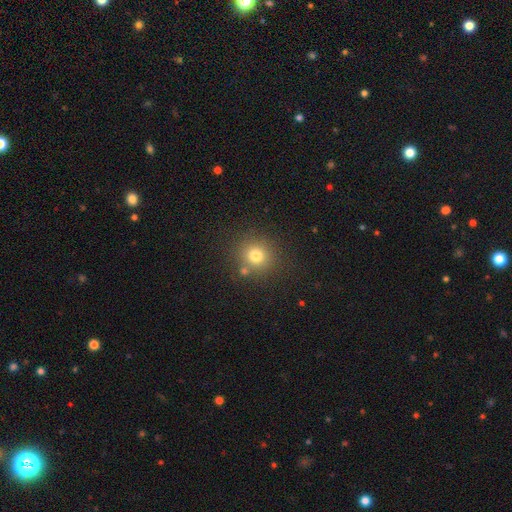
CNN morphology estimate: The model was most divided on "smooth or featured": smooth: 77%, star or artifact: 15%, featured or disk: 8%. More confident: how rounded — round (91%); merging — none (80%).